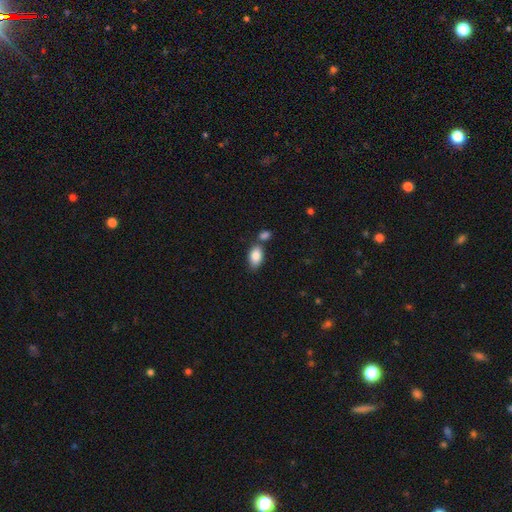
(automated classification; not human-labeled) smooth 86%, featured or disk 7%, star or artifact 7%. Down the decision tree: how rounded — in between (91%); merging — none (61%).